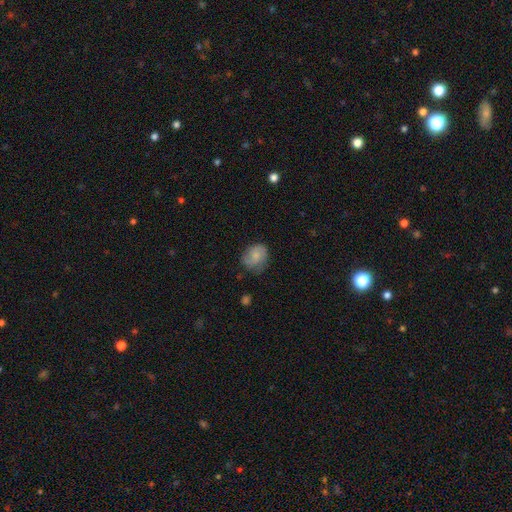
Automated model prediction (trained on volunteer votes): Smooth or featured: smooth — 69% (featured or disk — 23%)
How rounded: round — 60% (in between — 39%)
Merging: none — 62% (minor disturbance — 28%)